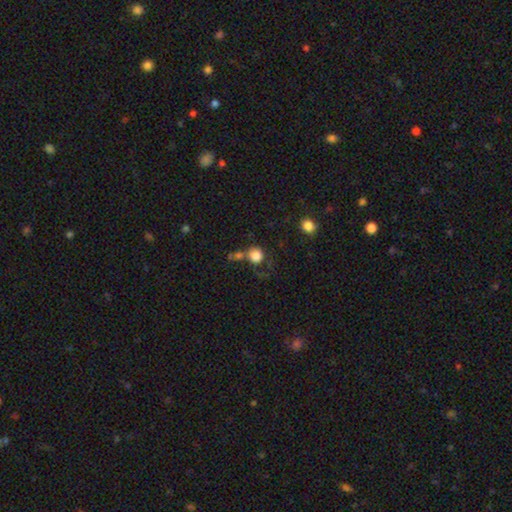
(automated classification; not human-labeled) Overall: smooth (83%). How rounded: round (89%). Merging: none (53%; merger 22%).